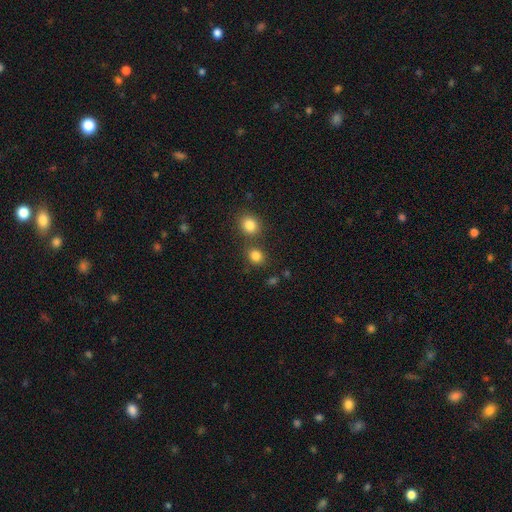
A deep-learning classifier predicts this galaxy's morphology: A smooth galaxy with no disk features (83%) that is round (73%). Merging: none (67%).